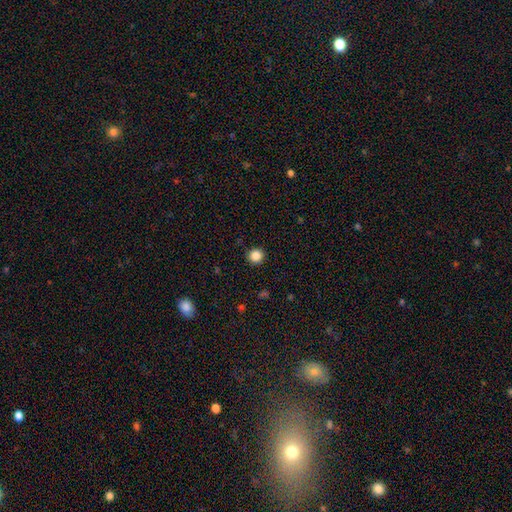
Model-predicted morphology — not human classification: This appears to be a smooth galaxy with no disk features (86%) that is round (94%). Merging: none (92%).